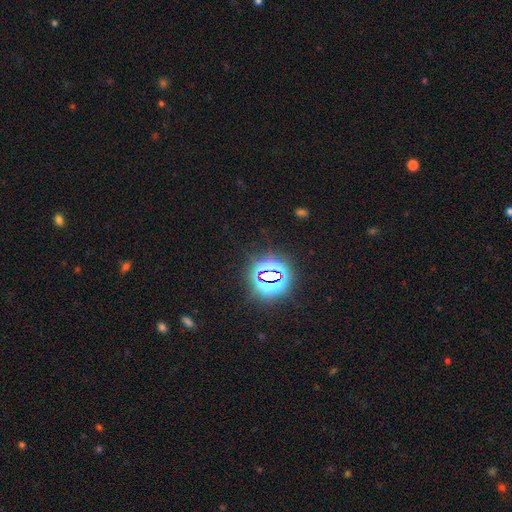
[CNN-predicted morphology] Smooth or featured? Predicted: star or artifact (p=0.82).